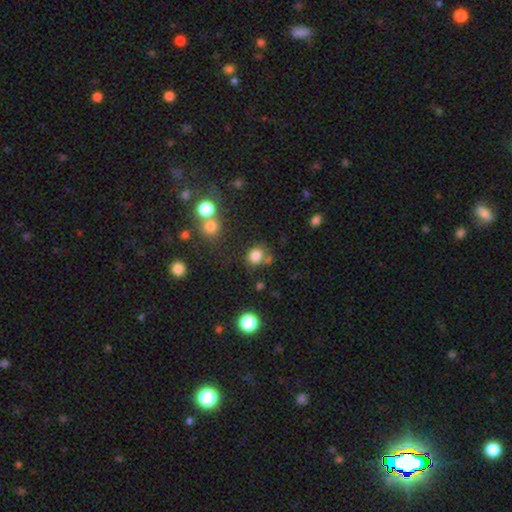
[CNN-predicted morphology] Smooth or featured?
  - smooth: 81% *
  - star or artifact: 14%
  - featured or disk: 6%
How rounded?
  - round: 73% *
  - in between: 26%
  - cigar-shaped: 1%
Merging?
  - none: 70% *
  - minor disturbance: 13%
  - merger: 12%
  - major disturbance: 5%